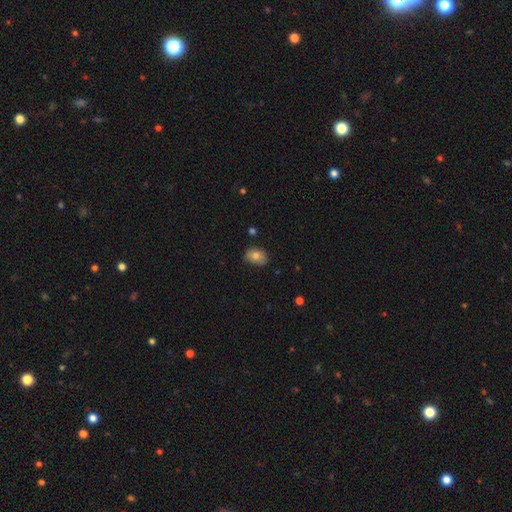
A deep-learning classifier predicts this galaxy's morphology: Smooth or featured? Predicted: smooth (p=0.76). How rounded? Predicted: in between (p=0.77). Merging? Predicted: none (p=0.79).